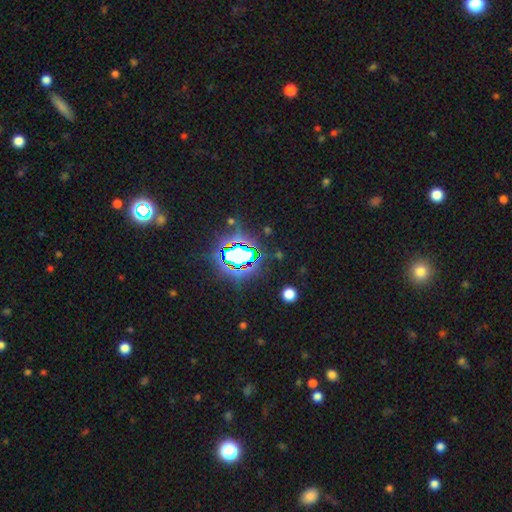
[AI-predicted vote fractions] Smooth or featured?
  - star or artifact: 81% *
  - smooth: 12%
  - featured or disk: 8%